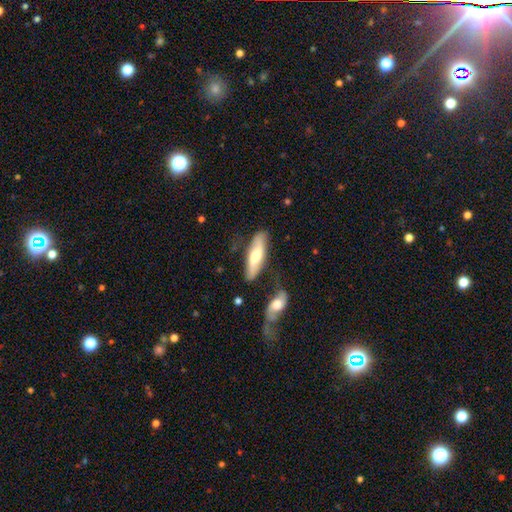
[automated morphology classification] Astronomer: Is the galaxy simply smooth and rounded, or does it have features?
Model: smooth — 51% (runner-up: featured or disk, 43%).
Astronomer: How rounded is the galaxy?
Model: cigar-shaped — 52% (runner-up: in between, 46%).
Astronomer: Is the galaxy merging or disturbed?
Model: none — 70%.